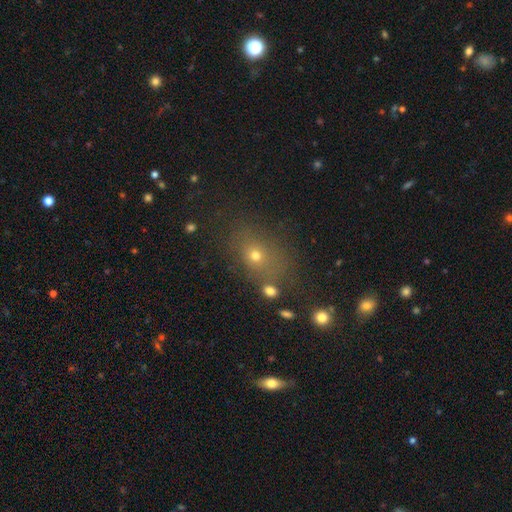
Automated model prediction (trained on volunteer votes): The model was most divided on "how rounded": in between: 56%, round: 42%, cigar-shaped: 2%. More confident: merging — none (66%); smooth or featured — smooth (64%).